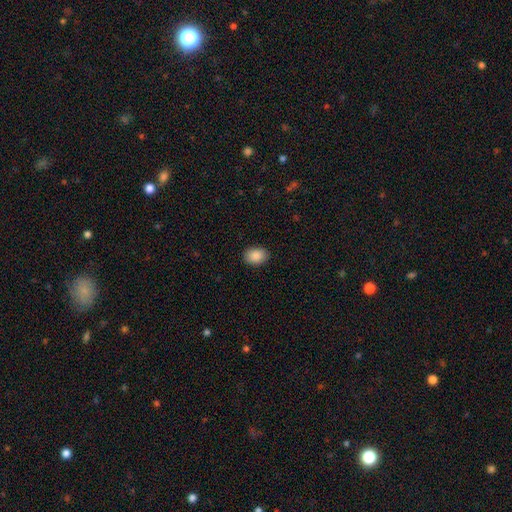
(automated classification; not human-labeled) Smooth or featured? smooth (89%)
How rounded? in between (73%)
Merging? none (90%)